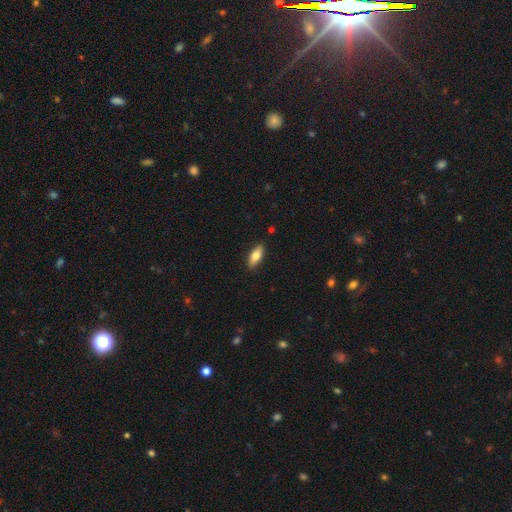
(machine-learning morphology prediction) The model was most divided on "how rounded": in between: 74%, cigar-shaped: 24%, round: 2%. More confident: merging — none (88%); smooth or featured — smooth (74%).